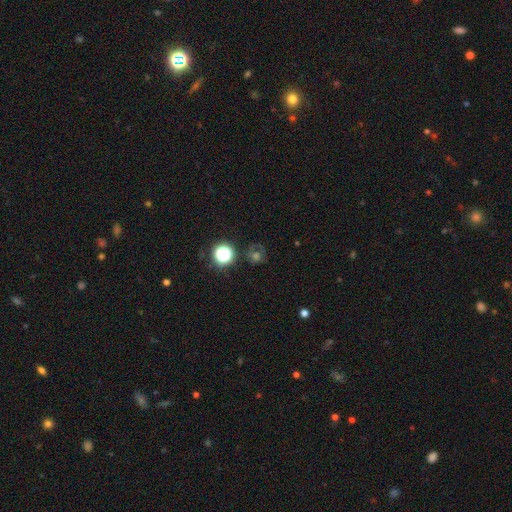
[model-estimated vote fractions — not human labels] smooth_or_featured: smooth (p=0.42) [alt: star or artifact p=0.40]
merging: none (p=0.70) [alt: minor disturbance p=0.14]